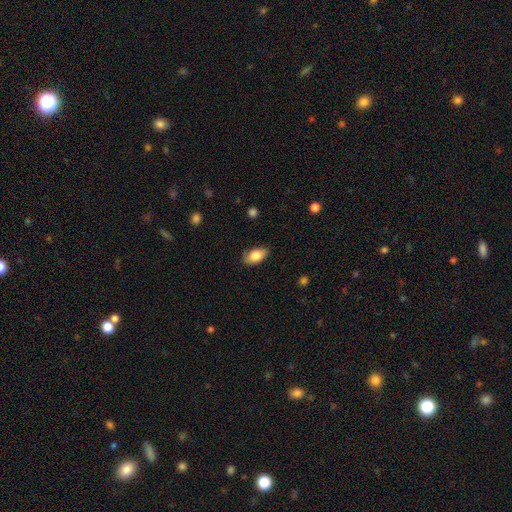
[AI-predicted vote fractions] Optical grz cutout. It shows a smooth galaxy with no disk features (84%) that is in between round and cigar-shaped (92%). Merging: none (81%).